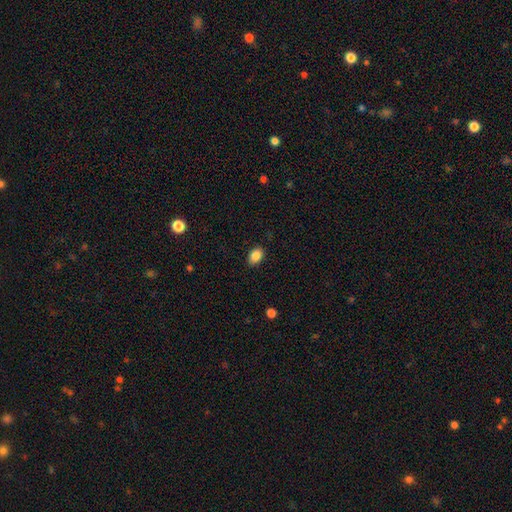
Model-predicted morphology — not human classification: Smooth or featured? smooth (87%)
How rounded? in between (84%)
Merging? none (87%)